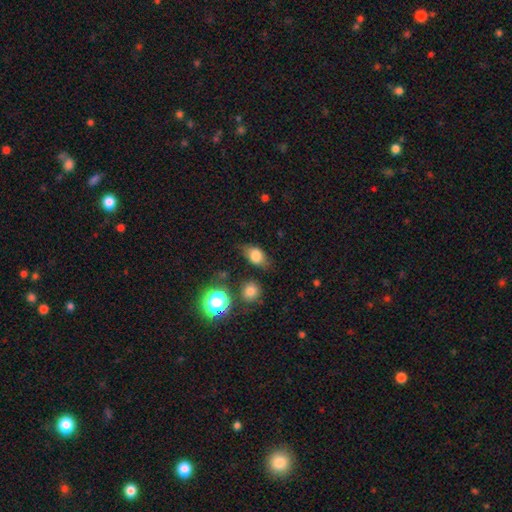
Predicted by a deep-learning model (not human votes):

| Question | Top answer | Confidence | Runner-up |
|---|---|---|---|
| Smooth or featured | smooth | 73% | featured or disk (16%) |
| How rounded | in between | 74% | round (22%) |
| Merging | none | 68% | minor disturbance (21%) |